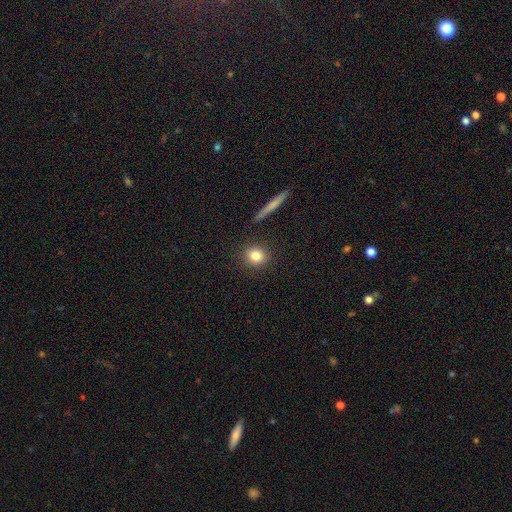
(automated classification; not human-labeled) This appears to be a smooth galaxy with no disk features (81%) that is round (85%). Merging: none (88%).